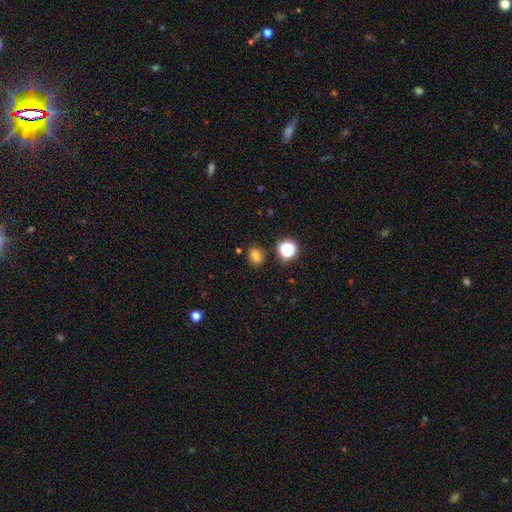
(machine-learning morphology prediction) Overall: smooth (74%). How rounded: round (60%; in between 39%). Merging: none (83%).